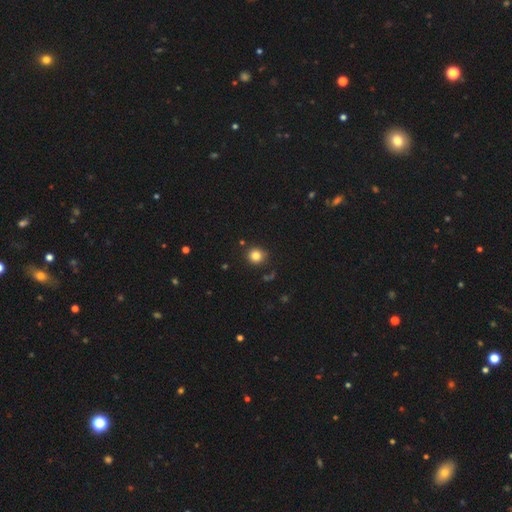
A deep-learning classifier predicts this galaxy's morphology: Overall: smooth (82%). How rounded: round (91%). Merging: none (86%).